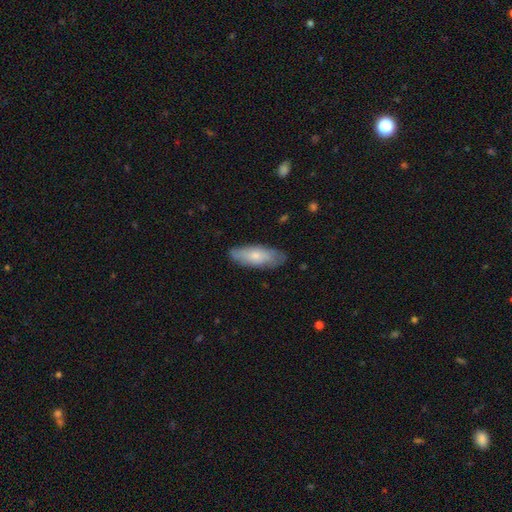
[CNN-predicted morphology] type=smooth (70%); roundness=in between (64%); merging=none (79%).